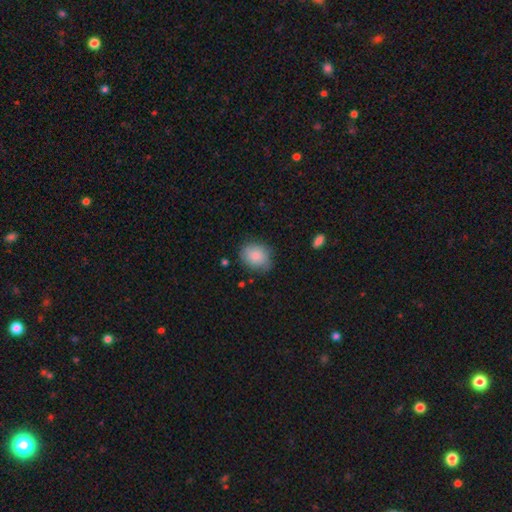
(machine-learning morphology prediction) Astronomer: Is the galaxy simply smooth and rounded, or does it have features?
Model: smooth — 83%.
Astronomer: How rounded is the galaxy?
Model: round — 55% (runner-up: in between, 44%).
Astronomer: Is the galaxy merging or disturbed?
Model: none — 74%.